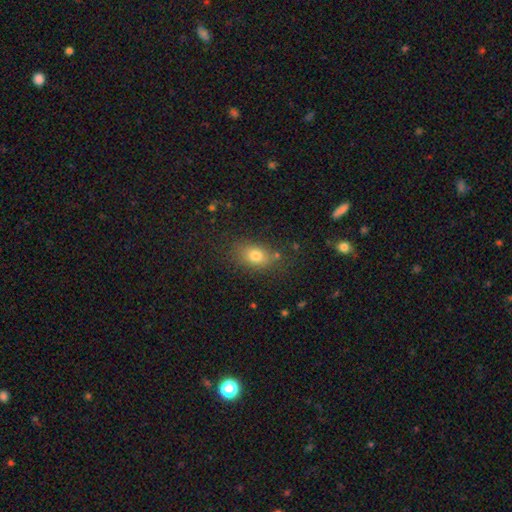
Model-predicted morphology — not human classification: Smooth or featured: smooth — 77% (star or artifact — 12%)
How rounded: in between — 77% (round — 20%)
Merging: none — 77% (minor disturbance — 14%)